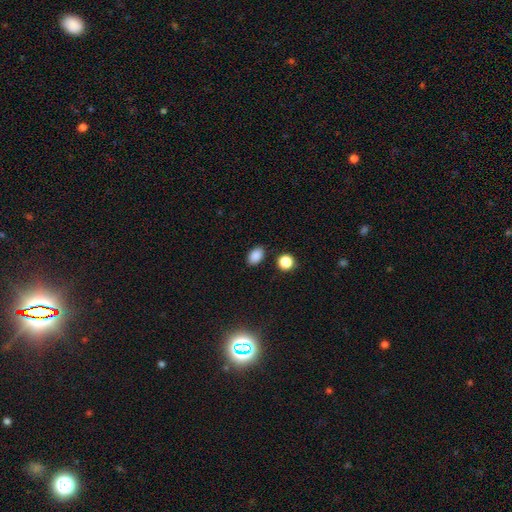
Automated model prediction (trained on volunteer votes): This appears to be a smooth galaxy with no disk features (86%) that is in between round and cigar-shaped (85%). Merging: none (84%).